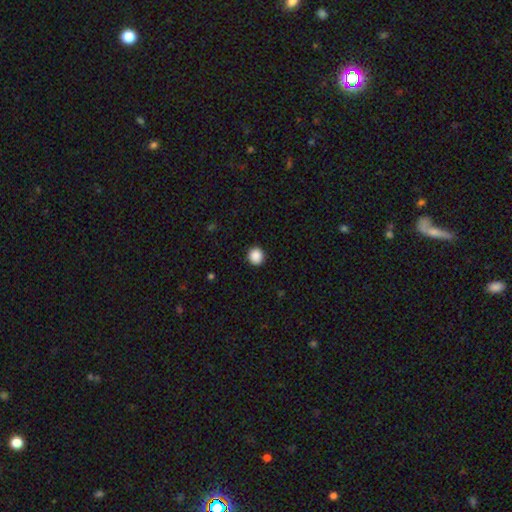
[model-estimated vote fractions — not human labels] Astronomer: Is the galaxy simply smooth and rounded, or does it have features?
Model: smooth — 89%.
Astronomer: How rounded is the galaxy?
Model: round — 91%.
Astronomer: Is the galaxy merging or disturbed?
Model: none — 92%.